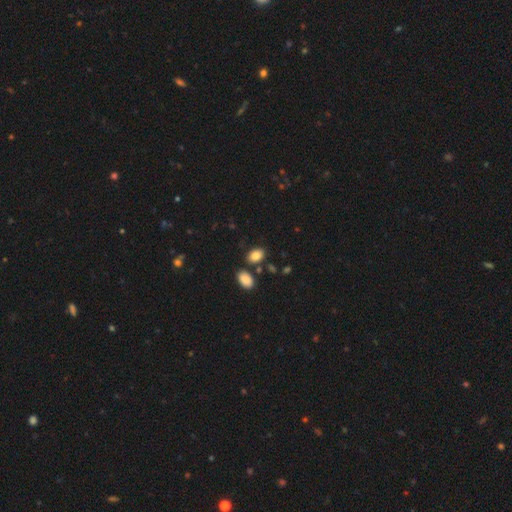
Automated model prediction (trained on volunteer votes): This appears to be a smooth galaxy with no disk features (86%) that is in between round and cigar-shaped (86%). Merging: none (76%).